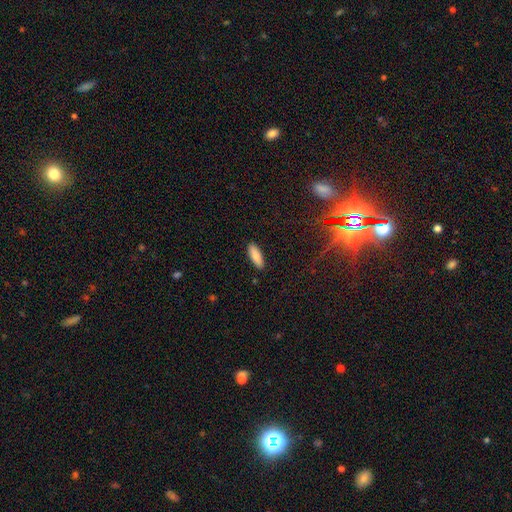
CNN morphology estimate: Q: Smooth or featured?
A: smooth (85%); runner-up: featured or disk (8%)
Q: How rounded?
A: in between (61%); runner-up: cigar-shaped (37%)
Q: Merging?
A: none (89%); runner-up: minor disturbance (8%)